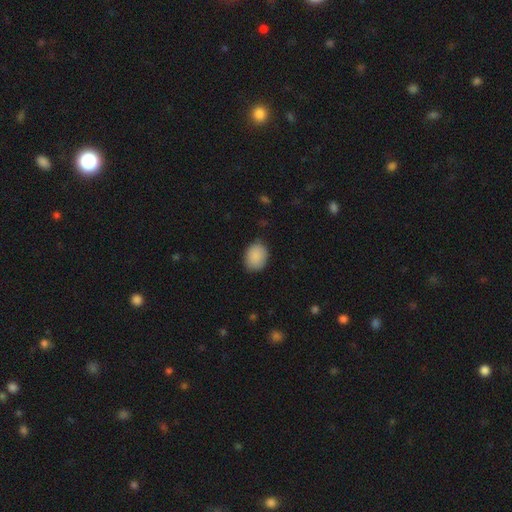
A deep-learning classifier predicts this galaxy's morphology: smooth 89%, star or artifact 7%, featured or disk 4%. Down the decision tree: how rounded — in between (59%); merging — none (83%).